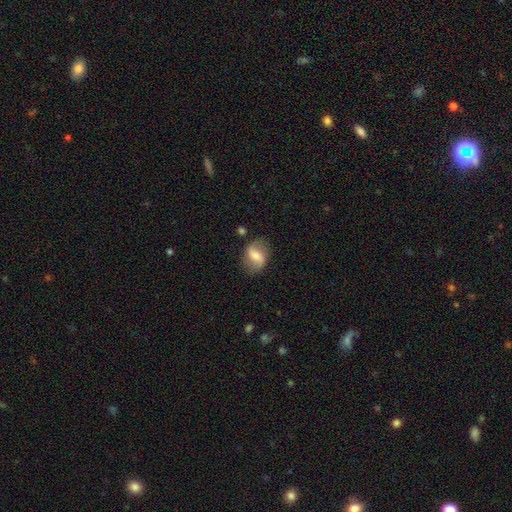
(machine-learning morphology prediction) The model was most divided on "smooth or featured" (2-way tie): featured or disk: 46%, smooth: 46%, star or artifact: 8%. More confident: merging — none (73%).